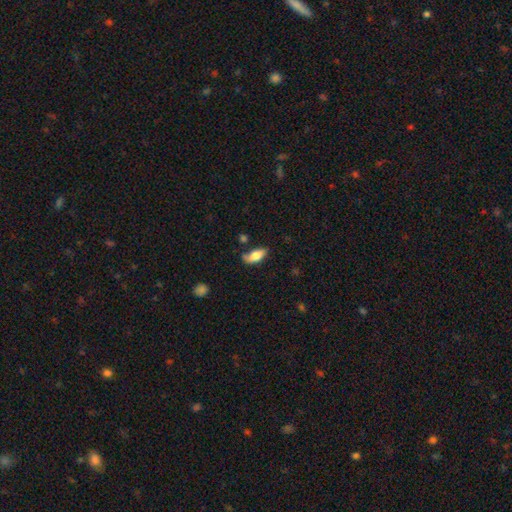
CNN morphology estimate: A smooth galaxy with no disk features (73%) that is in between round and cigar-shaped (85%). Merging: none (55%).